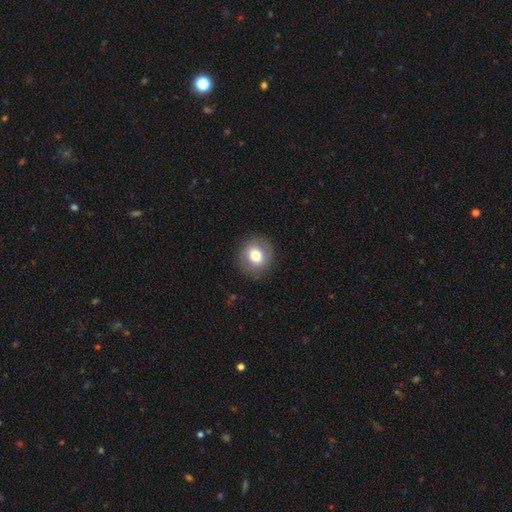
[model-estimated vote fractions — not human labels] A smooth galaxy with no disk features (73%) that is round (85%). Merging: none (88%).